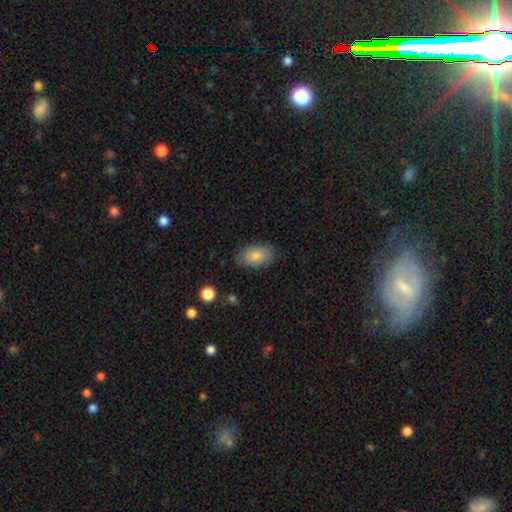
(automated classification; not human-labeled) Morphology: type=smooth (83%); roundness=in between (90%); merging=none (82%).